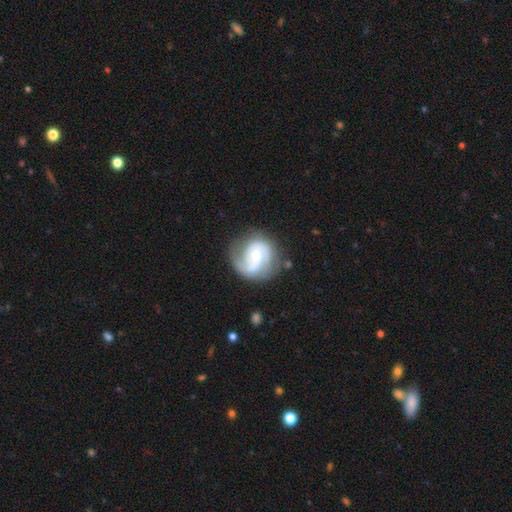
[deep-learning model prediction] featured or disk 79%, smooth 15%, star or artifact 6%. Down the decision tree: edge-on disk — no (98%); bar — no (55%); spiral arms — yes (94%); spiral arm count — 2 (70%); spiral winding — medium (47%); bulge size — moderate (55%); merging — none (73%).